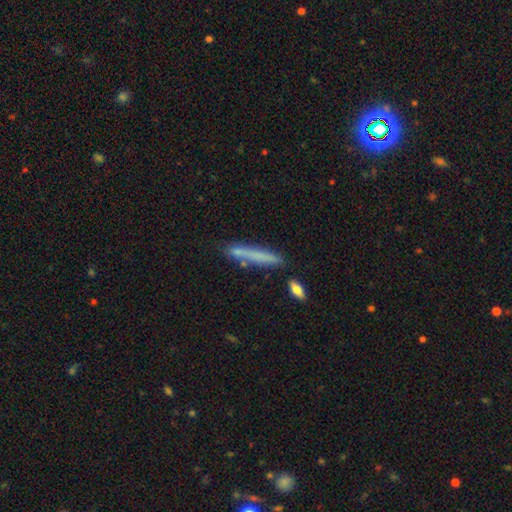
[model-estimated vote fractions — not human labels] smooth_or_featured: smooth (p=0.68) [alt: featured or disk p=0.24]
how_rounded: cigar-shaped (p=0.93) [alt: in between p=0.05]
merging: none (p=0.73) [alt: minor disturbance p=0.16]